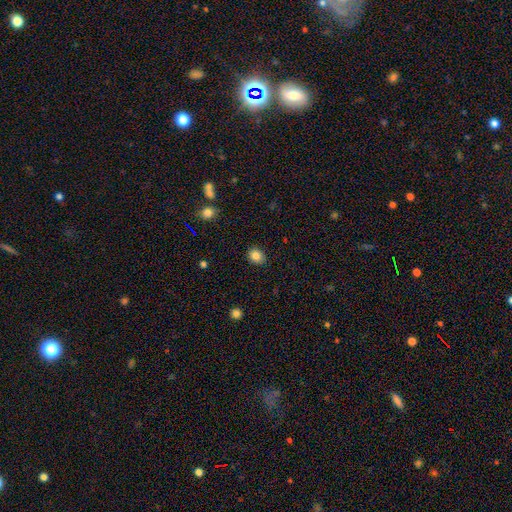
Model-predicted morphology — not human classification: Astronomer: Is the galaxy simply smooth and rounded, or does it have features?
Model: smooth — 85%.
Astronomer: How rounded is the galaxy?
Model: round — 53% (runner-up: in between, 47%).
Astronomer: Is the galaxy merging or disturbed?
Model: none — 87%.